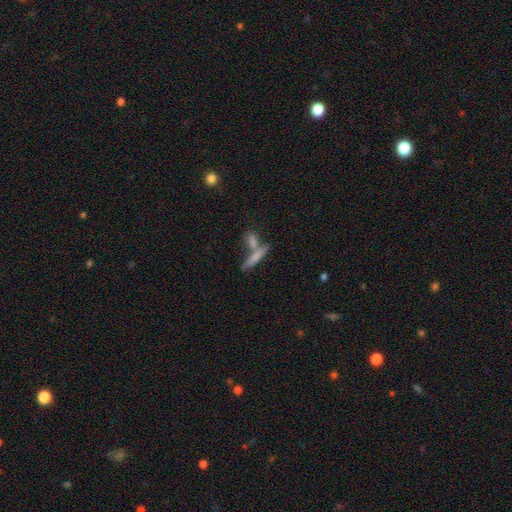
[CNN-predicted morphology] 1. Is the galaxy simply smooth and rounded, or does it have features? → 67% smooth, 25% featured or disk, 8% star or artifact.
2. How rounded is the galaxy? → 80% cigar-shaped, 17% in between, 3% round.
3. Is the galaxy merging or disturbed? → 50% none, 37% merger, 9% minor disturbance, 4% major disturbance.